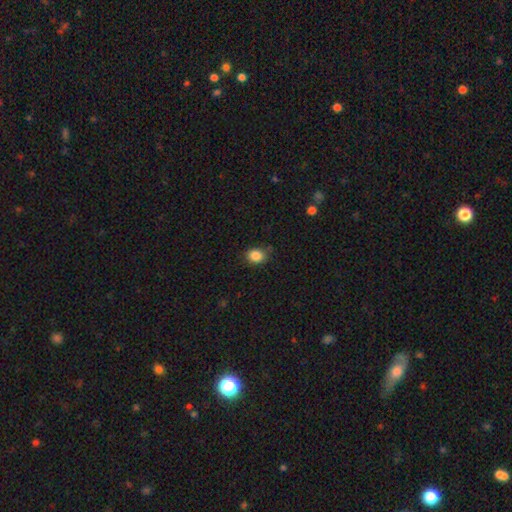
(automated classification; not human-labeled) smooth 87%, star or artifact 9%, featured or disk 4%. Down the decision tree: how rounded — in between (57%); merging — none (82%).